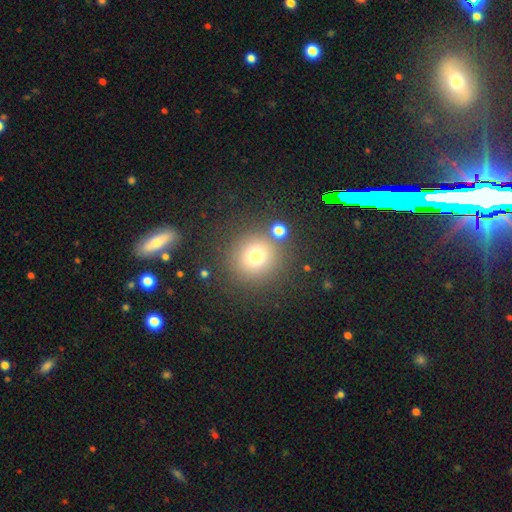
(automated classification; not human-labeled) Overall: smooth (73%). How rounded: round (92%). Merging: none (81%).